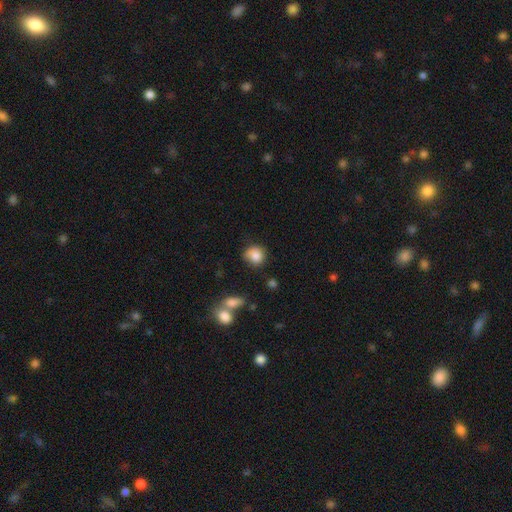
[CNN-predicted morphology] smooth-or-featured: smooth: 83% | star or artifact: 9% | featured or disk: 8%
  how-rounded: round: 80% | in between: 19% | cigar-shaped: 1%
  merging: none: 64% | minor disturbance: 24% | major disturbance: 6% | merger: 6%